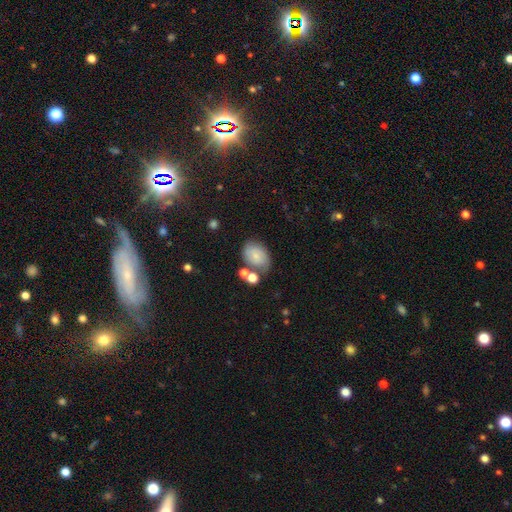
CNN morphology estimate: A smooth galaxy with no disk features (58%) that is in between round and cigar-shaped (73%).

Vote fractions:
- Smooth or featured? smooth: 58% / featured or disk: 33% / star or artifact: 10%
- How rounded? in between: 73% / round: 26% / cigar-shaped: 1%
- Merging? none: 54% / minor disturbance: 21% / merger: 17% / major disturbance: 8%